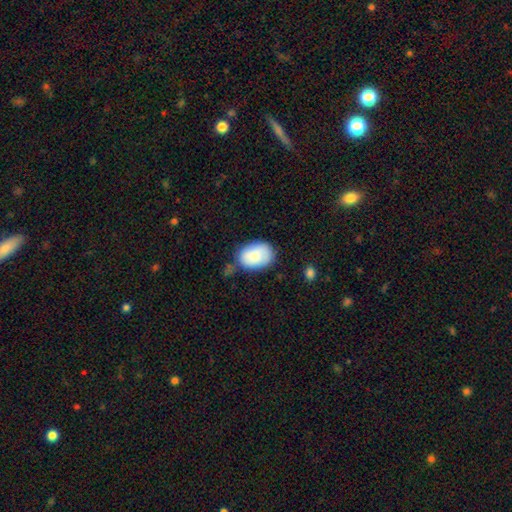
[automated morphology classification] smooth-or-featured: smooth: 80% | featured or disk: 13% | star or artifact: 6%
  how-rounded: in between: 81% | round: 18% | cigar-shaped: 1%
  merging: none: 63% | minor disturbance: 24% | merger: 6% | major disturbance: 6%